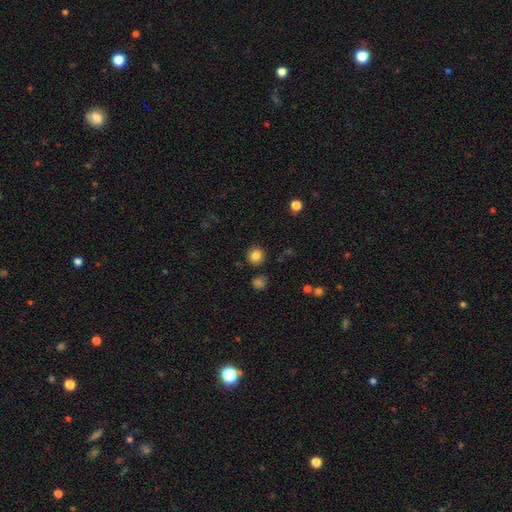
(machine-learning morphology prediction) Q: Smooth or featured?
A: smooth (83%); runner-up: star or artifact (11%)
Q: How rounded?
A: round (91%); runner-up: in between (8%)
Q: Merging?
A: none (89%); runner-up: minor disturbance (6%)